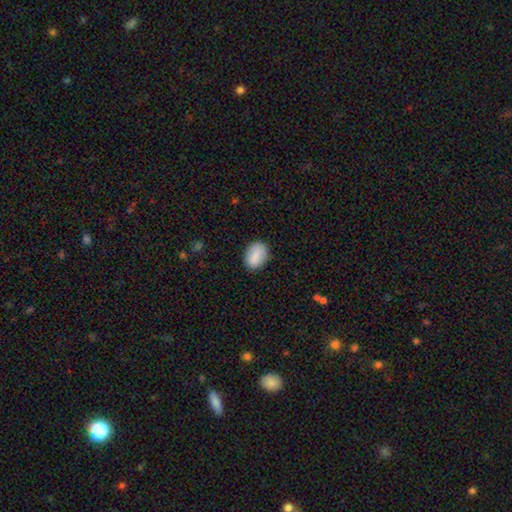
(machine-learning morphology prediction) A smooth galaxy with no disk features (86%) that is in between round and cigar-shaped (80%). Merging: none (84%).